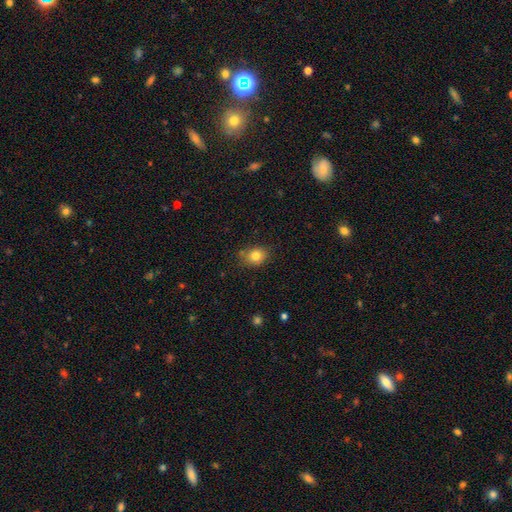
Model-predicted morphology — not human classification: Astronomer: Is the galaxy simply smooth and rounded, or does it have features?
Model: smooth — 82%.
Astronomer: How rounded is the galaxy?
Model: round — 57% (runner-up: in between, 42%).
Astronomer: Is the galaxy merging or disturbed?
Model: none — 78%.